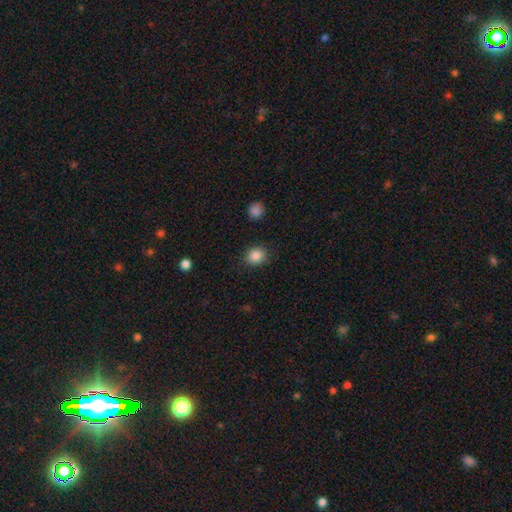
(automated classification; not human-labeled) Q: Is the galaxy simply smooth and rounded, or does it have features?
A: smooth — 87%.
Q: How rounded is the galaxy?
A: round — 73%.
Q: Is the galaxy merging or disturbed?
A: none — 86%.